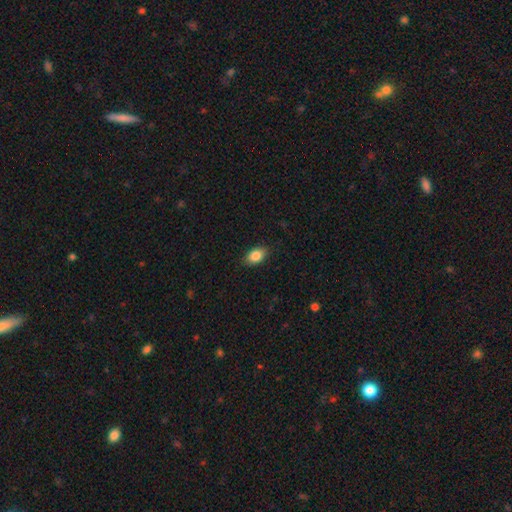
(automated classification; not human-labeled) Smooth or featured: smooth — 86% (star or artifact — 8%)
How rounded: in between — 88% (round — 10%)
Merging: none — 87% (minor disturbance — 10%)